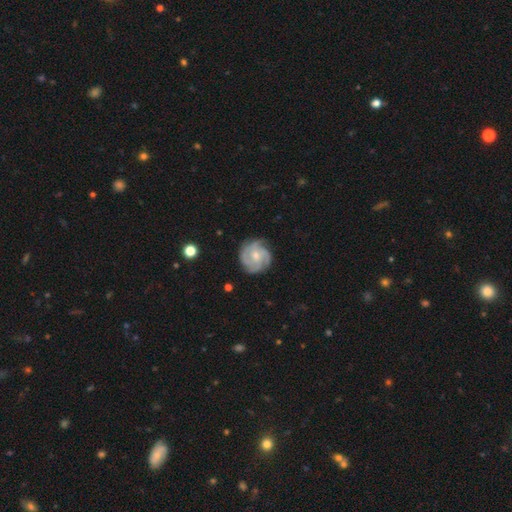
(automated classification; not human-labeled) A featured or disk galaxy (83%) with no bar (70%), 3 (44%) tight (62%) spiral arms (97%) and a small central bulge (56%).

Vote fractions:
- Smooth or featured? featured or disk: 83% / smooth: 11% / star or artifact: 6%
- Edge-on disk? no: 98% / yes: 2%
- Bar? no: 70% / weak: 25% / strong: 4%
- Spiral arms? yes: 97% / no: 3%
- Spiral winding? tight: 62% / medium: 32% / loose: 6%
- Spiral arm count? 3: 44% / 4: 25% / can't tell: 13% / 2: 8% / more than 4: 5% / 1: 5%
- Bulge size? small: 56% / moderate: 40% / none: 2% / large: 1% / dominant: 1%
- Merging? none: 80% / minor disturbance: 15% / major disturbance: 4% / merger: 1%